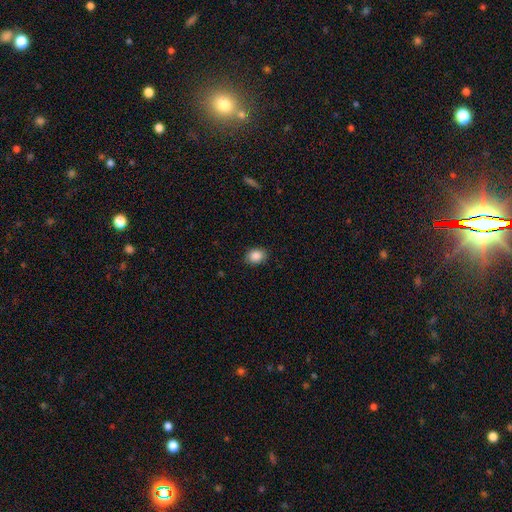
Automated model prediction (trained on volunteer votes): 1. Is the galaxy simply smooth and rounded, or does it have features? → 88% smooth, 8% star or artifact, 4% featured or disk.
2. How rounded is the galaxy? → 59% in between, 40% round, 1% cigar-shaped.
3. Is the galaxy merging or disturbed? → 85% none, 11% minor disturbance, 3% major disturbance, 1% merger.